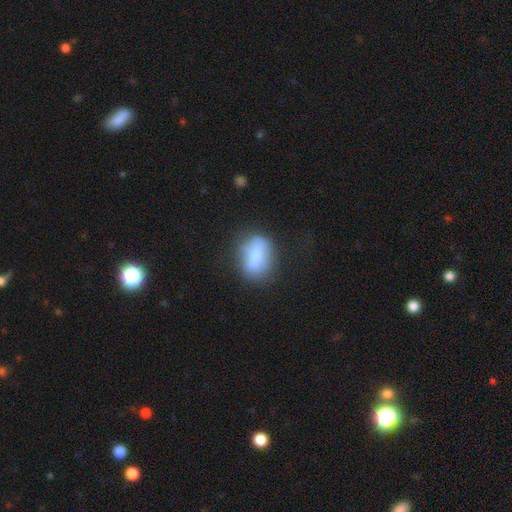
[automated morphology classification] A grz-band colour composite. It shows a smooth galaxy with no disk features (69%) that is in between round and cigar-shaped (70%). Merging: none (65%).